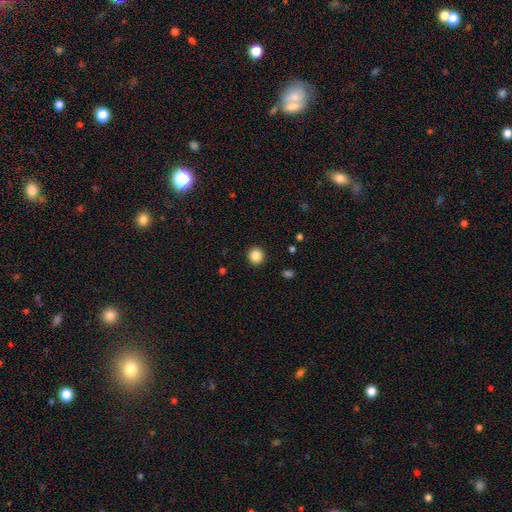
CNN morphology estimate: A smooth galaxy with no disk features (86%) that is round (92%).

Vote fractions:
- Smooth or featured? smooth: 86% / star or artifact: 10% / featured or disk: 4%
- How rounded? round: 92% / in between: 7% / cigar-shaped: 1%
- Merging? none: 92% / minor disturbance: 5% / major disturbance: 2% / merger: 1%